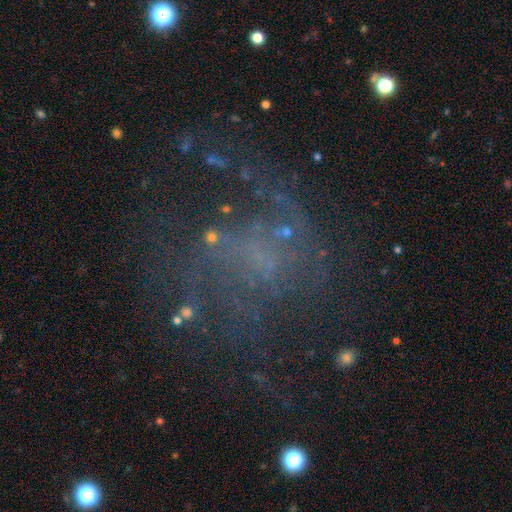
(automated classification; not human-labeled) Smooth or featured?
  - featured or disk: 60% *
  - star or artifact: 24%
  - smooth: 16%
Edge-on disk?
  - no: 97% *
  - yes: 3%
Bar?
  - no: 71% *
  - weak: 24%
  - strong: 6%
Spiral arms?
  - yes: 59% *
  - no: 41%
Bulge size?
  - none: 60% *
  - small: 27%
  - moderate: 10%
  - large: 2%
  - dominant: 1%
Merging?
  - none: 50% *
  - major disturbance: 30%
  - minor disturbance: 16%
  - merger: 4%